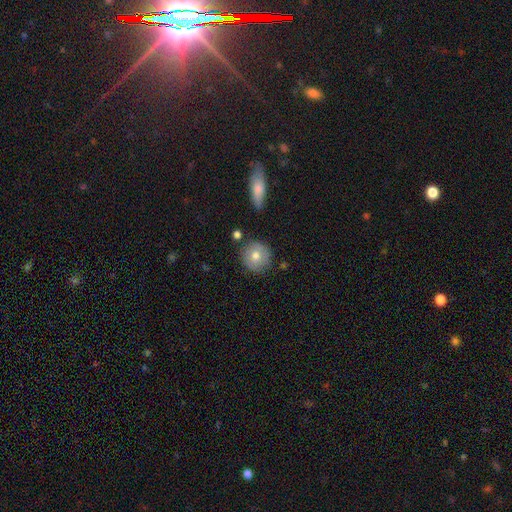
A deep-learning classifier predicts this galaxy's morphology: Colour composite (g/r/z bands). It shows a smooth galaxy with no disk features (74%) that is round (92%). Merging: none (83%).